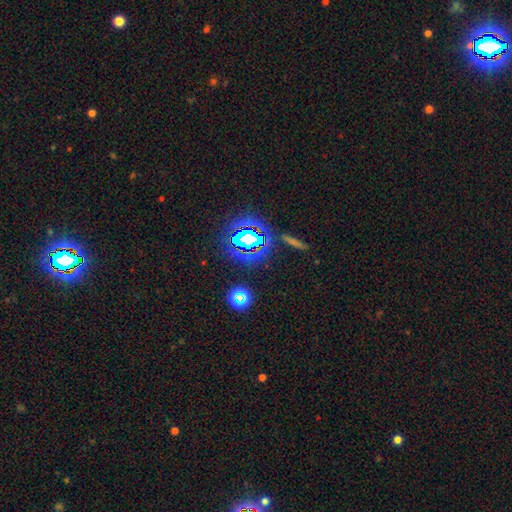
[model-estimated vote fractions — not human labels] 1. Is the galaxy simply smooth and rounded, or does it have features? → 78% star or artifact, 14% smooth, 8% featured or disk.